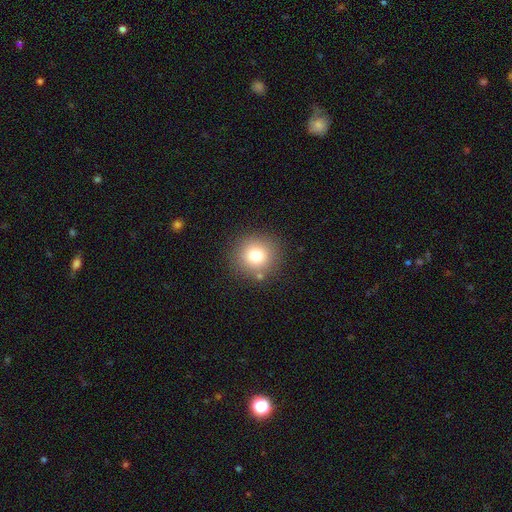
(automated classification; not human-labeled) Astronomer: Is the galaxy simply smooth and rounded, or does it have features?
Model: smooth — 78%.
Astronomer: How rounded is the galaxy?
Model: round — 93%.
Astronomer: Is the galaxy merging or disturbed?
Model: none — 84%.